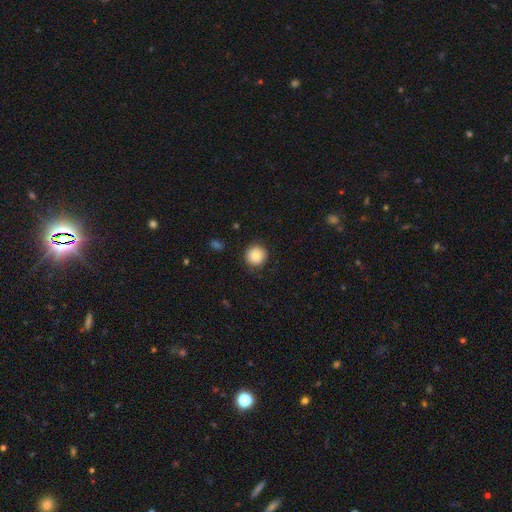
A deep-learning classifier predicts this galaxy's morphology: Q: Smooth or featured?
A: smooth (86%); runner-up: star or artifact (9%)
Q: How rounded?
A: round (94%); runner-up: in between (5%)
Q: Merging?
A: none (87%); runner-up: minor disturbance (10%)